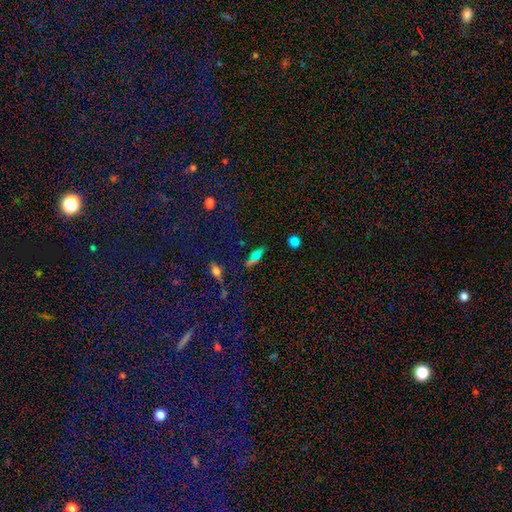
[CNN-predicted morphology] Q: Smooth or featured?
A: smooth (62%); runner-up: featured or disk (24%)
Q: How rounded?
A: in between (56%); runner-up: cigar-shaped (36%)
Q: Merging?
A: none (53%); runner-up: merger (24%)